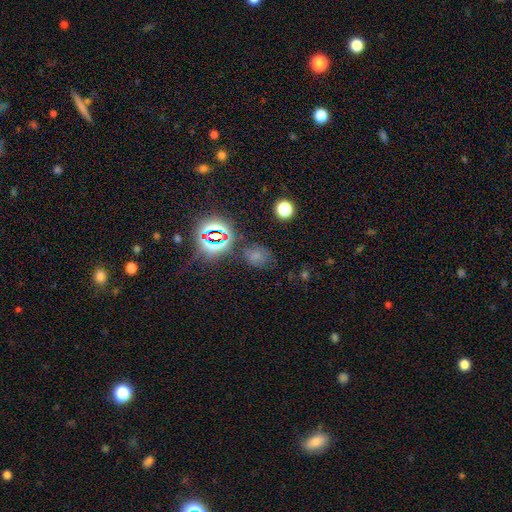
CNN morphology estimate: A smooth galaxy with no disk features (56%) that is in between round and cigar-shaped (53%).

Vote fractions:
- Smooth or featured? smooth: 56% / star or artifact: 36% / featured or disk: 8%
- How rounded? in between: 53% / round: 46% / cigar-shaped: 1%
- Merging? none: 70% / minor disturbance: 19% / major disturbance: 7% / merger: 5%